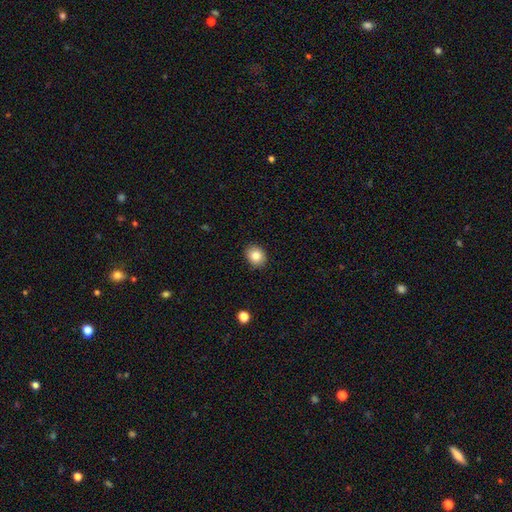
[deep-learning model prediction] Smooth or featured?
  - smooth: 83% *
  - star or artifact: 9%
  - featured or disk: 8%
How rounded?
  - round: 62% *
  - in between: 38%
  - cigar-shaped: 1%
Merging?
  - none: 90% *
  - minor disturbance: 7%
  - major disturbance: 2%
  - merger: 1%